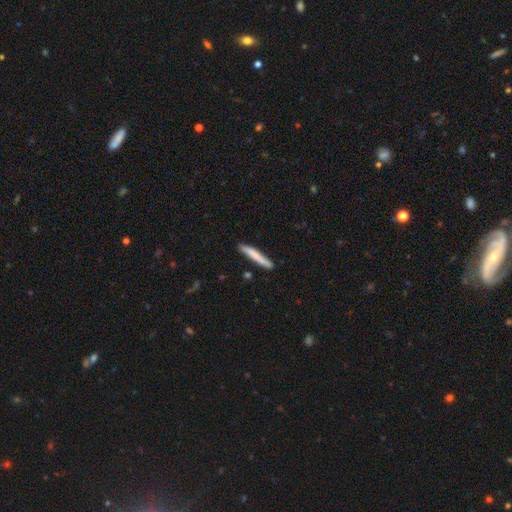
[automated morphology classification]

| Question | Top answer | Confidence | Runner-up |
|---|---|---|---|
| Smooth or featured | smooth | 72% | featured or disk (23%) |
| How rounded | cigar-shaped | 95% | in between (4%) |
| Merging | none | 84% | minor disturbance (12%) |